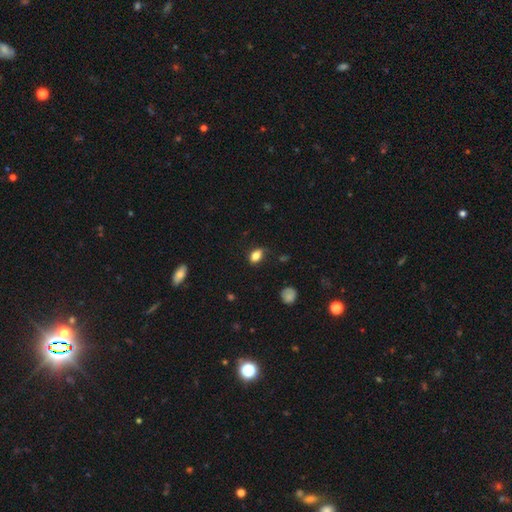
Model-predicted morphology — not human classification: This is clearly a smooth galaxy (83%). How rounded: clearly in between (81%). Merging: likely none (66%).